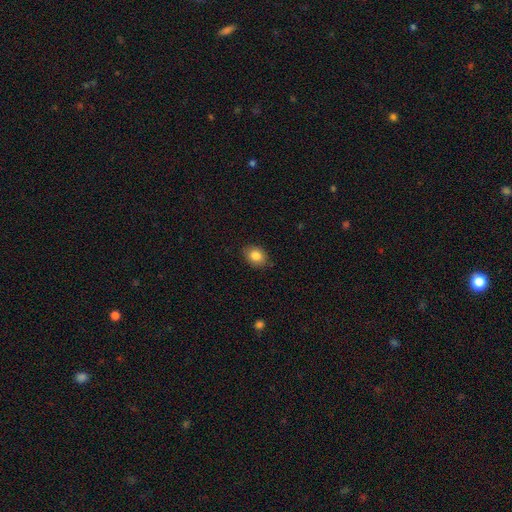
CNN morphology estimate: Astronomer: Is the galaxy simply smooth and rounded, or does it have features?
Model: smooth — 84%.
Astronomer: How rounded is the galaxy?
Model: in between — 59% (runner-up: round, 40%).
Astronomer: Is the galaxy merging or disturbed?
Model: none — 85%.